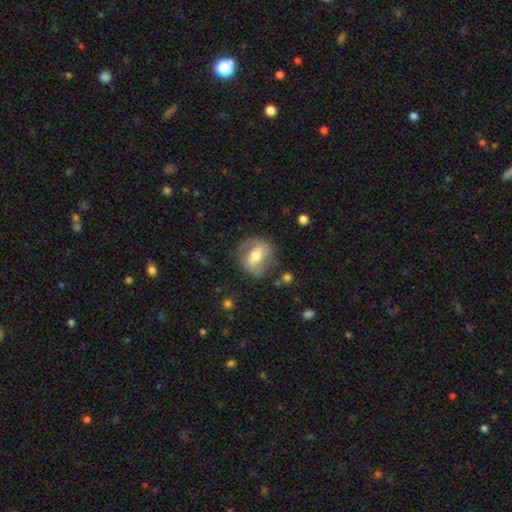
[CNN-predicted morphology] A featured or disk galaxy (48%).

Vote fractions:
- Smooth or featured? featured or disk: 48% / smooth: 46% / star or artifact: 7%
- Merging? none: 72% / minor disturbance: 17% / major disturbance: 9% / merger: 2%